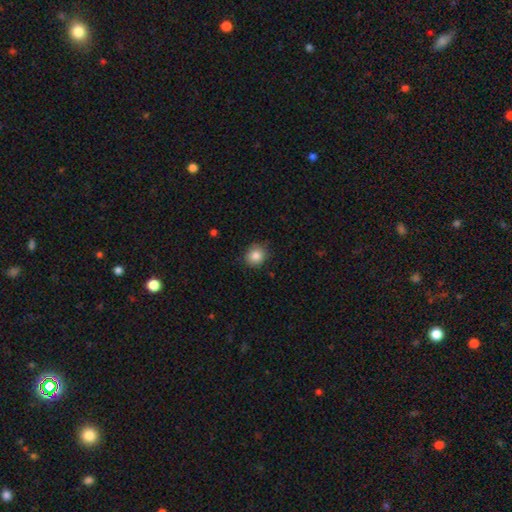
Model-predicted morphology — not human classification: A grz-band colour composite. It shows a smooth galaxy with no disk features (86%) that is round (80%). Merging: none (83%).